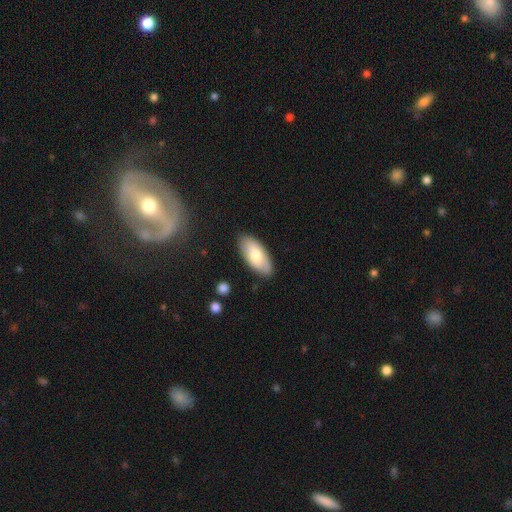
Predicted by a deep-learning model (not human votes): A smooth galaxy with no disk features (73%) that is in between round and cigar-shaped (90%).

Vote fractions:
- Smooth or featured? smooth: 73% / featured or disk: 22% / star or artifact: 6%
- How rounded? in between: 90% / cigar-shaped: 8% / round: 2%
- Merging? none: 84% / minor disturbance: 12% / major disturbance: 2% / merger: 1%